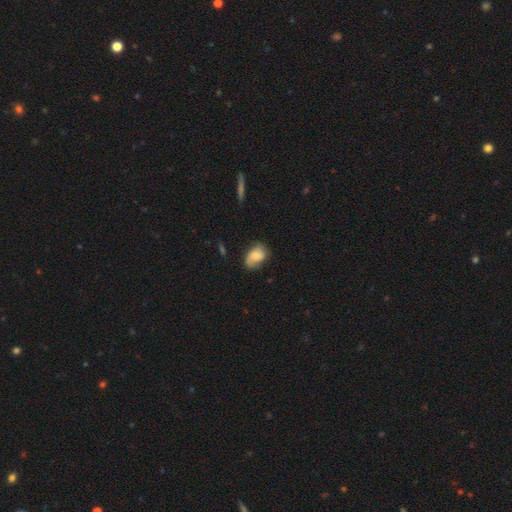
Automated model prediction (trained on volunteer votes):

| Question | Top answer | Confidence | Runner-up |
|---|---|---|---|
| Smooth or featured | smooth | 68% | featured or disk (25%) |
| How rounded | in between | 83% | round (16%) |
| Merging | none | 60% | minor disturbance (30%) |